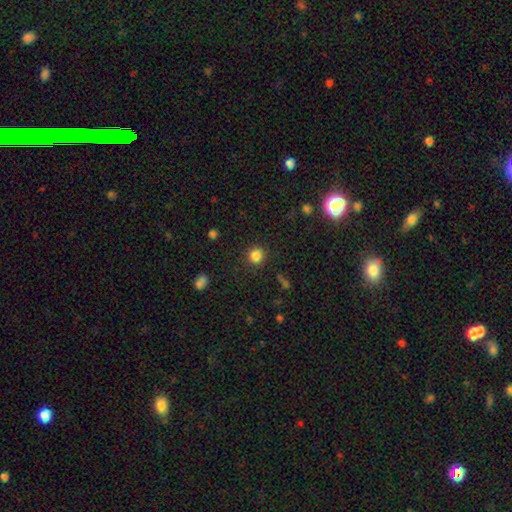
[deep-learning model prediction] Overall: smooth (84%). How rounded: round (92%). Merging: none (89%).